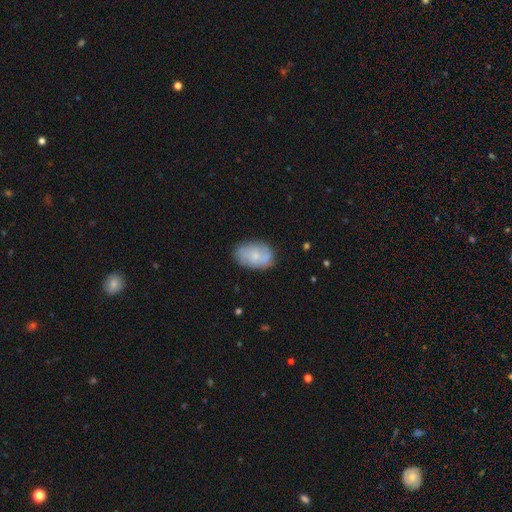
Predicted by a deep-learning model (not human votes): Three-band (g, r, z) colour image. It shows a smooth galaxy with no disk features (56%) that is in between round and cigar-shaped (85%). Merging: none (74%).